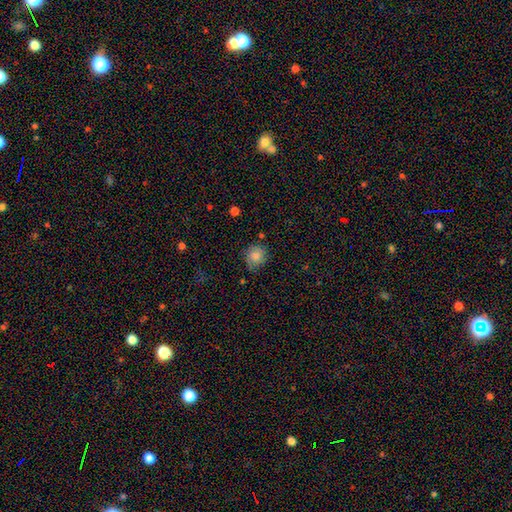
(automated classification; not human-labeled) Smooth or featured?
  - smooth: 81% *
  - featured or disk: 10%
  - star or artifact: 9%
How rounded?
  - round: 85% *
  - in between: 14%
  - cigar-shaped: 1%
Merging?
  - none: 74% *
  - minor disturbance: 20%
  - major disturbance: 5%
  - merger: 2%